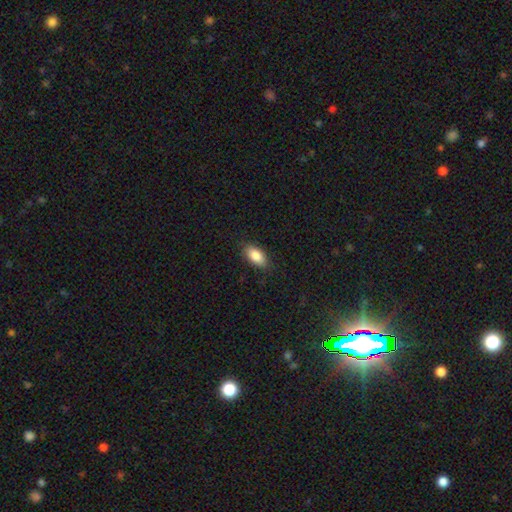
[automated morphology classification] smooth_or_featured: smooth (p=0.87) [alt: star or artifact p=0.07]
how_rounded: in between (p=0.90) [alt: cigar-shaped p=0.06]
merging: none (p=0.85) [alt: minor disturbance p=0.11]